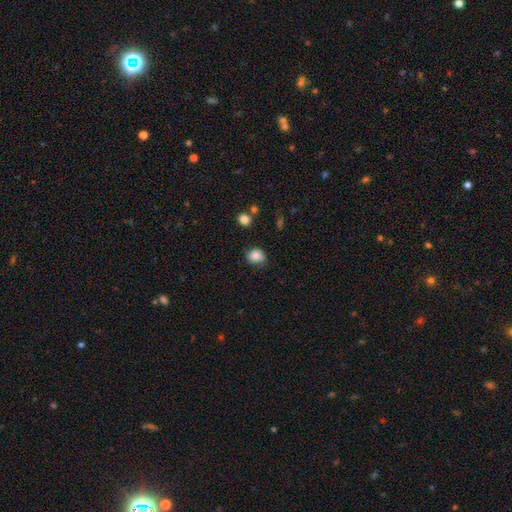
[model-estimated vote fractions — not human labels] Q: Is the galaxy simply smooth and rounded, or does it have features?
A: smooth — 84%.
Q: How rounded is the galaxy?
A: round — 62%.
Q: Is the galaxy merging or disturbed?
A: none — 70%.